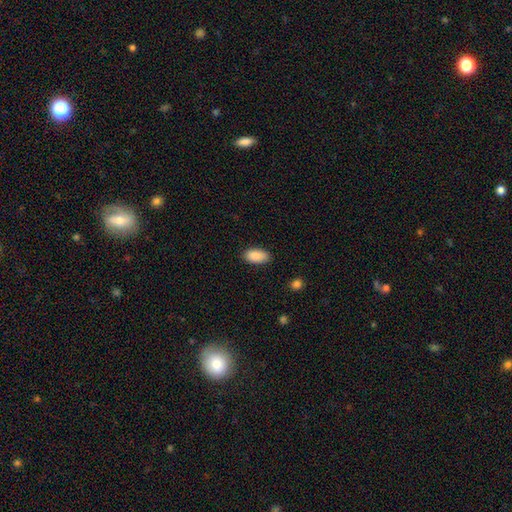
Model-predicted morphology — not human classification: type=smooth (90%); roundness=in between (94%); merging=none (86%).